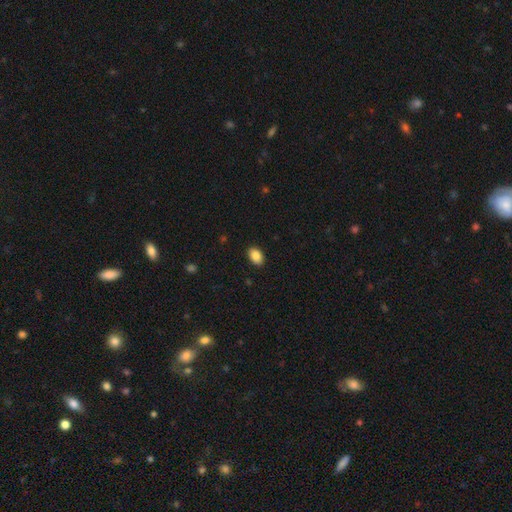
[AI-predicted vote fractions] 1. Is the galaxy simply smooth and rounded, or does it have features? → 87% smooth, 8% star or artifact, 5% featured or disk.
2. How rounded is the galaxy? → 86% in between, 13% round, 1% cigar-shaped.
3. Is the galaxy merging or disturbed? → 89% none, 8% minor disturbance, 2% major disturbance, 1% merger.